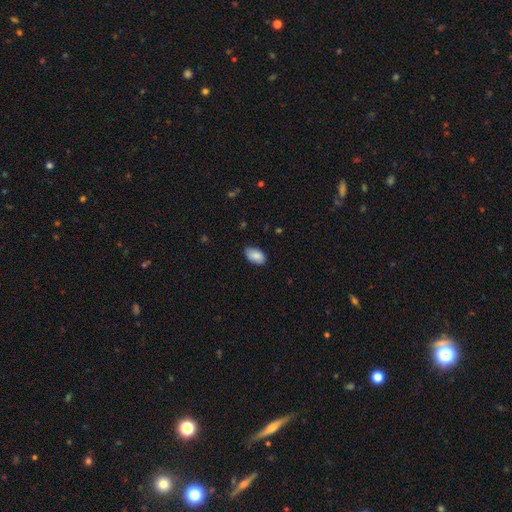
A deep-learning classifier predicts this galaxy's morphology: smooth_or_featured: smooth (p=0.86) [alt: featured or disk p=0.07]
how_rounded: in between (p=0.94) [alt: round p=0.05]
merging: none (p=0.81) [alt: minor disturbance p=0.15]